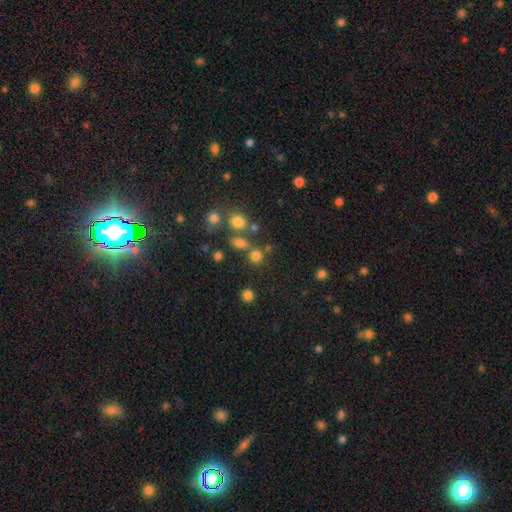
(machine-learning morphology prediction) This is likely a smooth galaxy (75%). How rounded: clearly round (83%). Merging: likely none (67%).